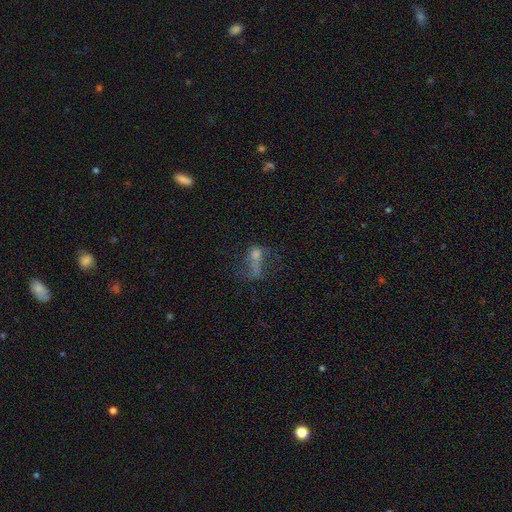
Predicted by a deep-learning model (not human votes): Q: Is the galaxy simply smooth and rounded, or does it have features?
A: featured or disk — 40%.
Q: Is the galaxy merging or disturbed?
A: major disturbance — 41%.